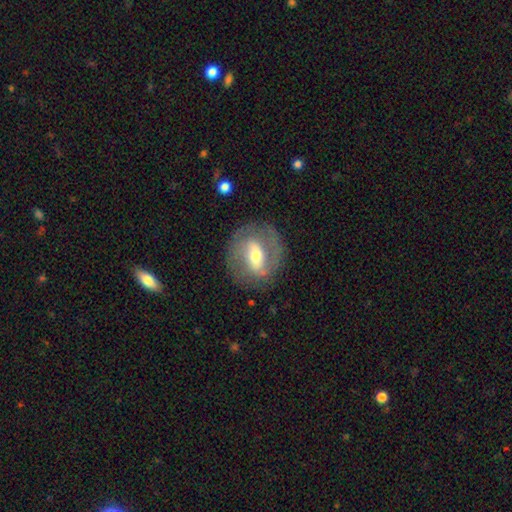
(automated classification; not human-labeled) The model was most divided on "bar": strong: 45%, weak: 36%, no: 19%. More confident: edge-on disk — no (93%); merging — none (78%); smooth or featured — featured or disk (70%); spiral arms — yes (69%); bulge size — moderate (64%).